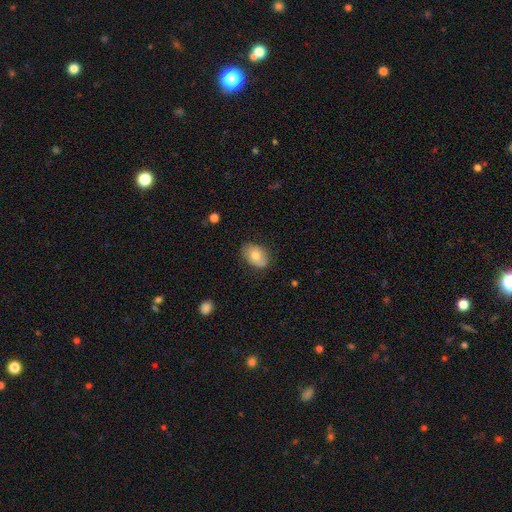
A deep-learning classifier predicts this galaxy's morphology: A smooth galaxy with no disk features (74%) that is in between round and cigar-shaped (81%).

Vote fractions:
- Smooth or featured? smooth: 74% / featured or disk: 18% / star or artifact: 7%
- How rounded? in between: 81% / round: 18% / cigar-shaped: 1%
- Merging? none: 77% / minor disturbance: 18% / major disturbance: 4% / merger: 1%